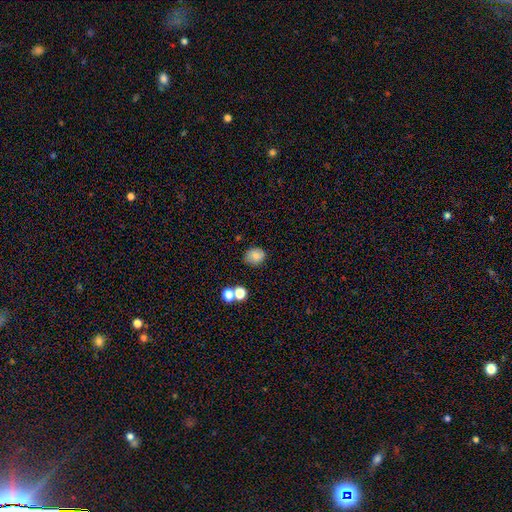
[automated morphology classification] This is clearly a smooth galaxy (80%). How rounded: possibly round (59%). Merging: likely none (76%).